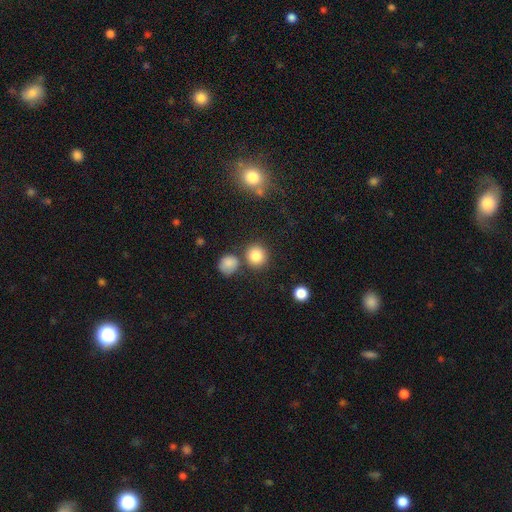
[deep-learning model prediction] Morphology: type=smooth (83%); roundness=round (89%); merging=none (76%).